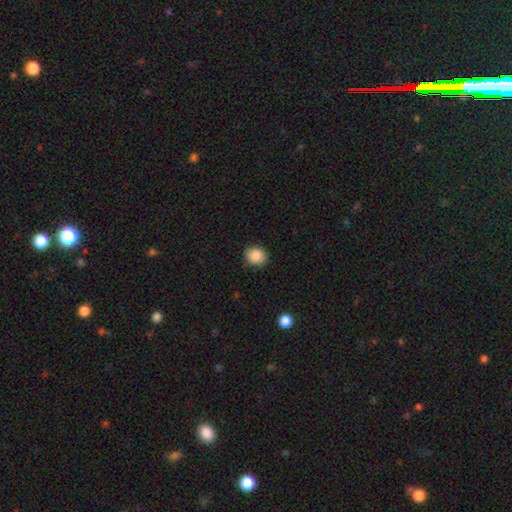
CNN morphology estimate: Q: Smooth or featured?
A: smooth (87%); runner-up: star or artifact (8%)
Q: How rounded?
A: round (63%); runner-up: in between (36%)
Q: Merging?
A: none (86%); runner-up: minor disturbance (10%)